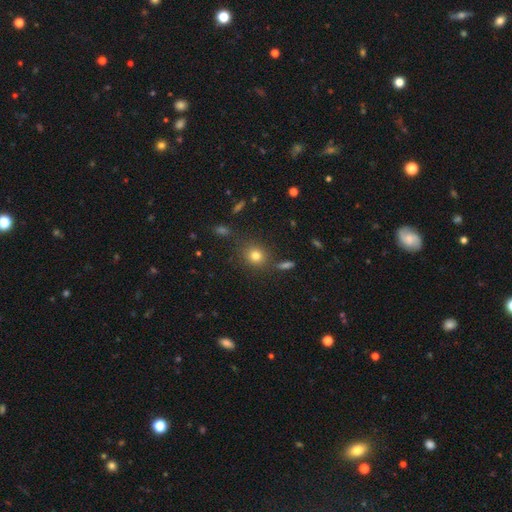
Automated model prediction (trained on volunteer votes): Smooth or featured? Predicted: smooth (p=0.78). How rounded? Predicted: round (p=0.79). Merging? Predicted: none (p=0.81).